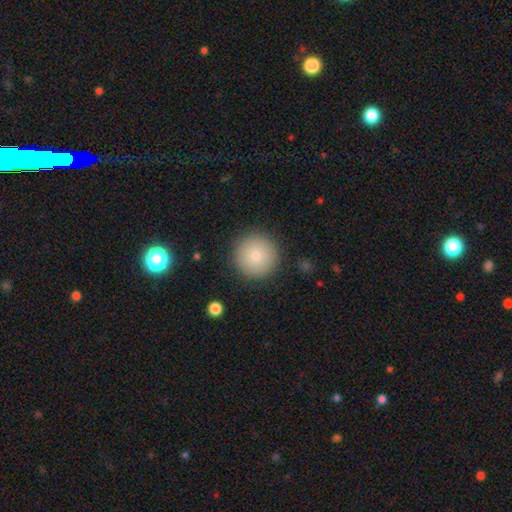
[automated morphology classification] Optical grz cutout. It shows a smooth galaxy with no disk features (83%) that is round (96%). Merging: none (90%).